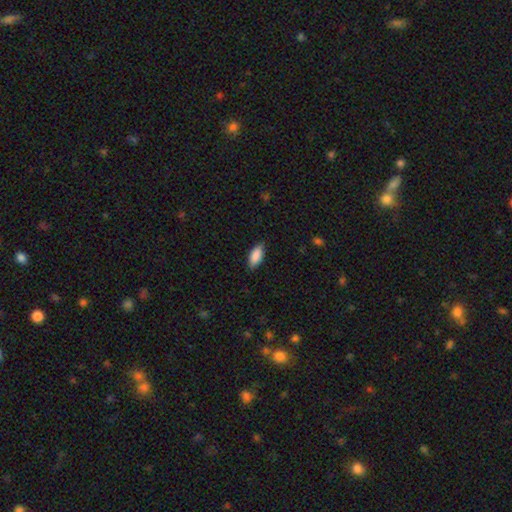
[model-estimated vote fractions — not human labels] Morphology: type=smooth (86%); roundness=in between (86%); merging=none (80%).